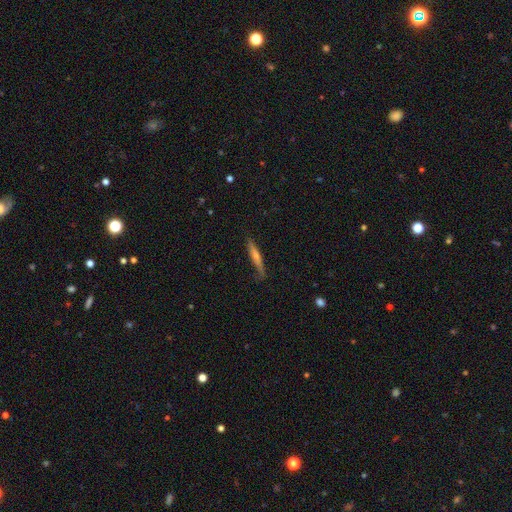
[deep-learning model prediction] Smooth or featured?
  - featured or disk: 53% *
  - smooth: 40%
  - star or artifact: 7%
Edge-on disk?
  - yes: 94% *
  - no: 6%
Merging?
  - none: 79% *
  - minor disturbance: 16%
  - major disturbance: 3%
  - merger: 1%